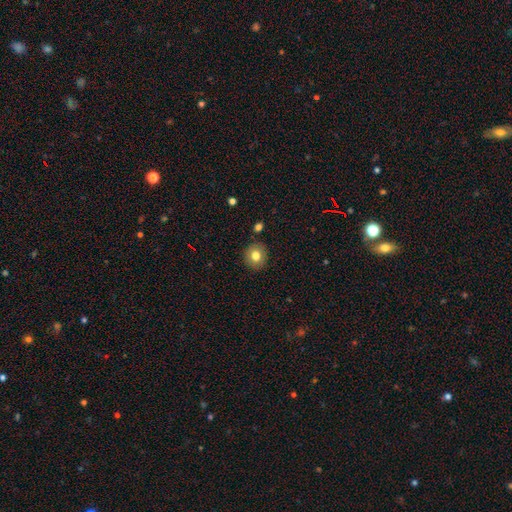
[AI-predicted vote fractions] Smooth or featured: smooth — 79% (featured or disk — 11%)
How rounded: round — 87% (in between — 12%)
Merging: none — 89% (minor disturbance — 7%)